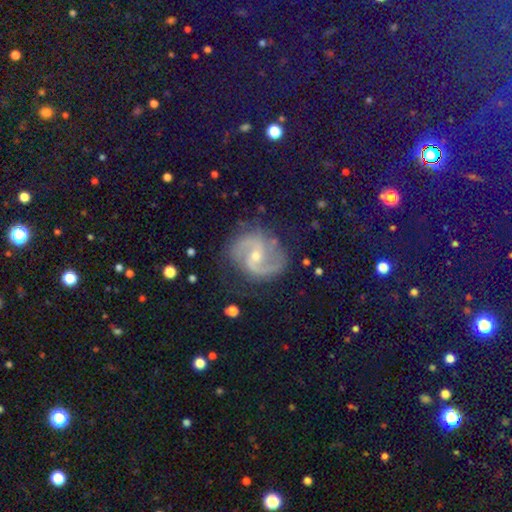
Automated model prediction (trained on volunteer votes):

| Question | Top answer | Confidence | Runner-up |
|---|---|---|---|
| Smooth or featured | featured or disk | 90% | star or artifact (6%) |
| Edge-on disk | no | 98% | yes (2%) |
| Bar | weak | 46% | no (41%) |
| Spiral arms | yes | 98% | no (2%) |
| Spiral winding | medium | 58% | loose (24%) |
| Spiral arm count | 2 | 93% | can't tell (2%) |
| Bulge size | small | 51% | moderate (45%) |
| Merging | none | 79% | minor disturbance (14%) |